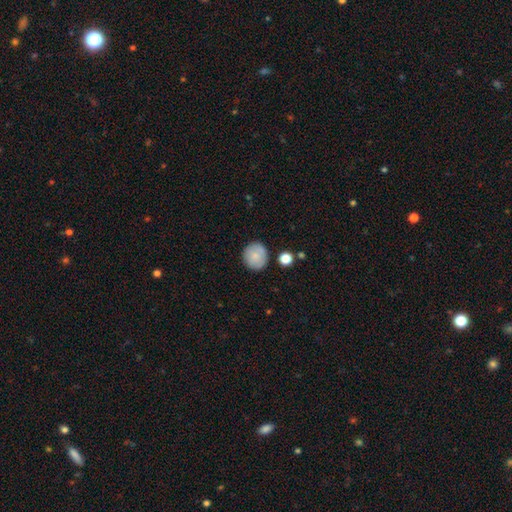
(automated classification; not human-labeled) Morphology: type=smooth (82%); roundness=round (87%); merging=none (83%).